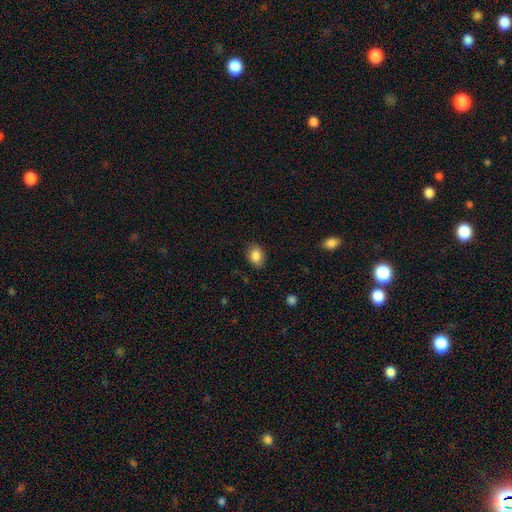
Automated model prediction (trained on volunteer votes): A smooth galaxy with no disk features (85%) that is in between round and cigar-shaped (68%). Merging: none (84%).